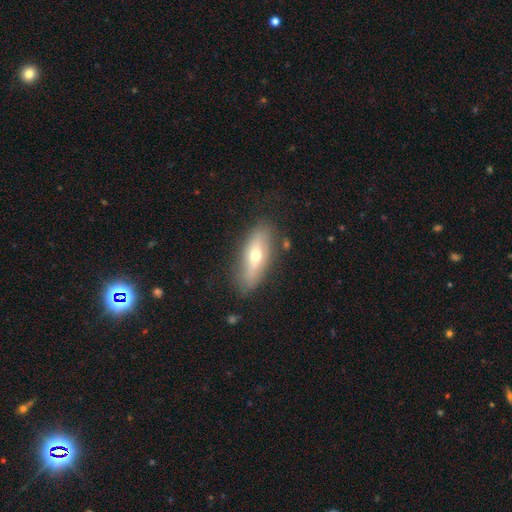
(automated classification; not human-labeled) Smooth or featured? Predicted: smooth (p=0.50). How rounded? Predicted: in between (p=0.65). Merging? Predicted: none (p=0.79).